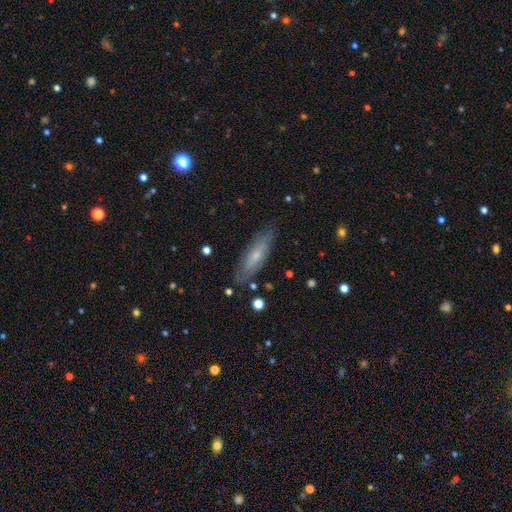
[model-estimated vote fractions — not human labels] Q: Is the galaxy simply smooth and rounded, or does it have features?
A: smooth — 49%.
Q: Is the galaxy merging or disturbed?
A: none — 81%.